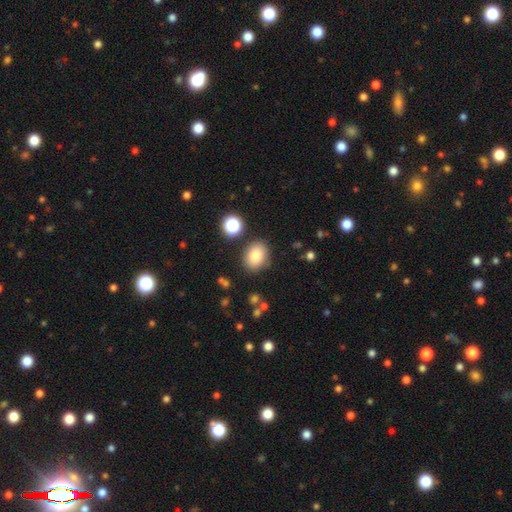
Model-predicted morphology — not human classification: This is clearly a smooth galaxy (81%). How rounded: possibly in between (53%). Merging: clearly none (83%).